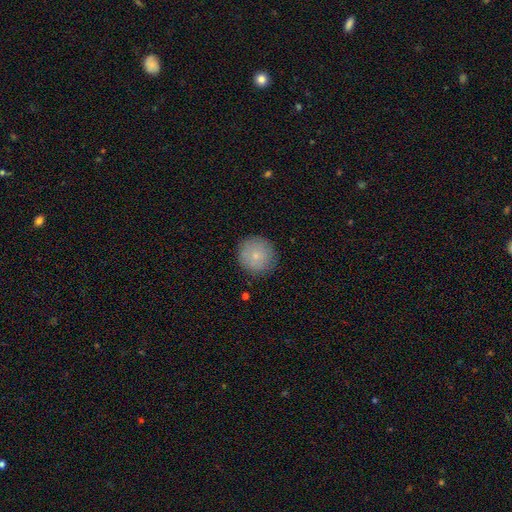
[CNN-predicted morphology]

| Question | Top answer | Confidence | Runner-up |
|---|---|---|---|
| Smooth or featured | smooth | 79% | featured or disk (13%) |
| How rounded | round | 94% | in between (5%) |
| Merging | none | 87% | minor disturbance (10%) |